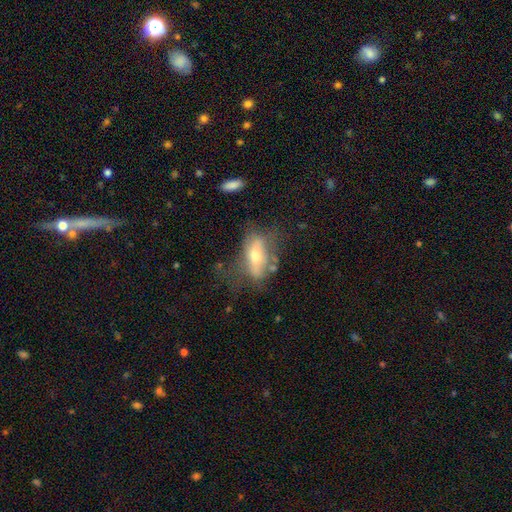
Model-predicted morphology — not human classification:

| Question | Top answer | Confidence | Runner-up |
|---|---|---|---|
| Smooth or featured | featured or disk | 45% | tied: smooth (45%) |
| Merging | none | 44% | minor disturbance (26%) |